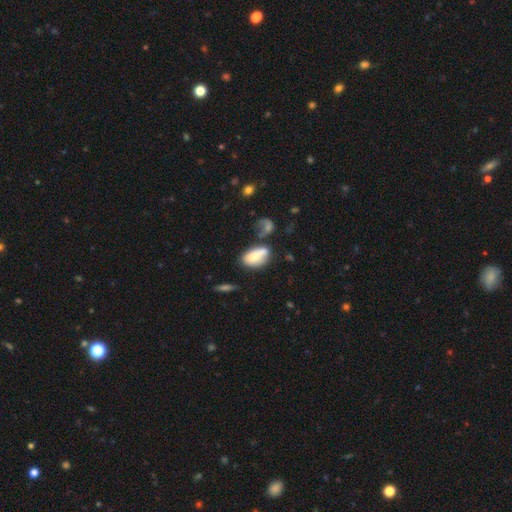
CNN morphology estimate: Smooth or featured?
  - smooth: 67% *
  - featured or disk: 24%
  - star or artifact: 8%
How rounded?
  - in between: 89% *
  - round: 6%
  - cigar-shaped: 5%
Merging?
  - none: 37% *
  - minor disturbance: 23%
  - merger: 23%
  - major disturbance: 16%